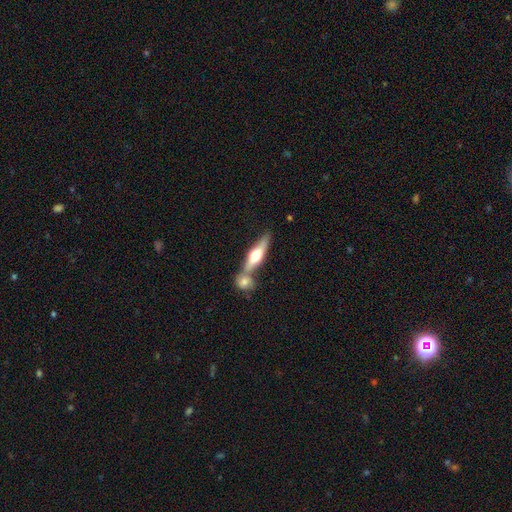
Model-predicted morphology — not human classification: smooth_or_featured: featured or disk (p=0.52) [alt: smooth p=0.43]
disk_edge_on: yes (p=0.87) [alt: no p=0.13]
merging: none (p=0.45) [alt: merger p=0.42]